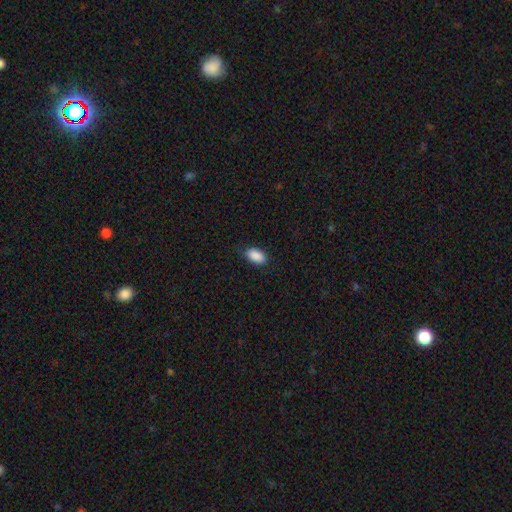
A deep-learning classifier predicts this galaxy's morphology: The model was most divided on "merging": none: 83%, minor disturbance: 13%, major disturbance: 3%, merger: 1%. More confident: how rounded — in between (93%); smooth or featured — smooth (90%).